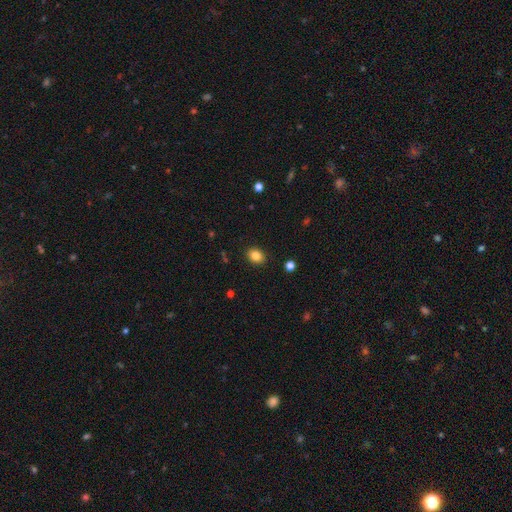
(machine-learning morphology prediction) A smooth galaxy with no disk features (84%) that is in between round and cigar-shaped (55%).

Vote fractions:
- Smooth or featured? smooth: 84% / star or artifact: 10% / featured or disk: 6%
- How rounded? in between: 55% / round: 44% / cigar-shaped: 1%
- Merging? none: 89% / minor disturbance: 8% / major disturbance: 2% / merger: 1%